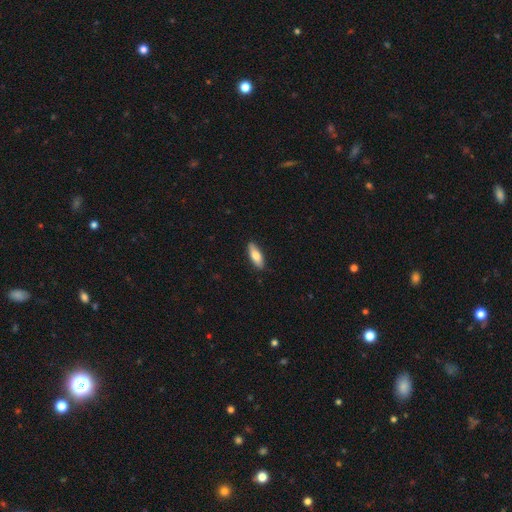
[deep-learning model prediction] A smooth galaxy with no disk features (77%) that is in between round and cigar-shaped (66%). Merging: none (87%).